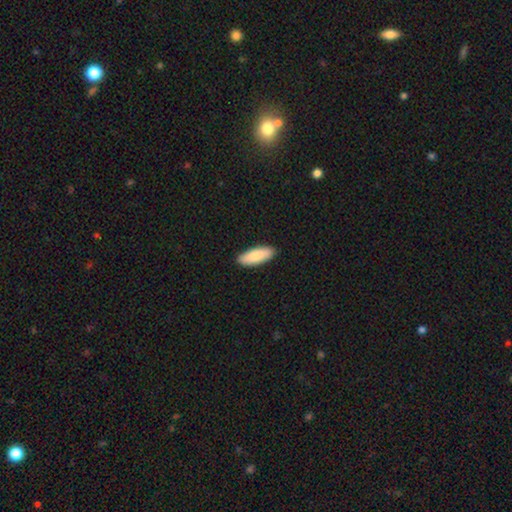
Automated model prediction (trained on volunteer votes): smooth_or_featured: smooth (p=0.86) [alt: featured or disk p=0.09]
how_rounded: in between (p=0.68) [alt: cigar-shaped p=0.31]
merging: none (p=0.91) [alt: minor disturbance p=0.07]